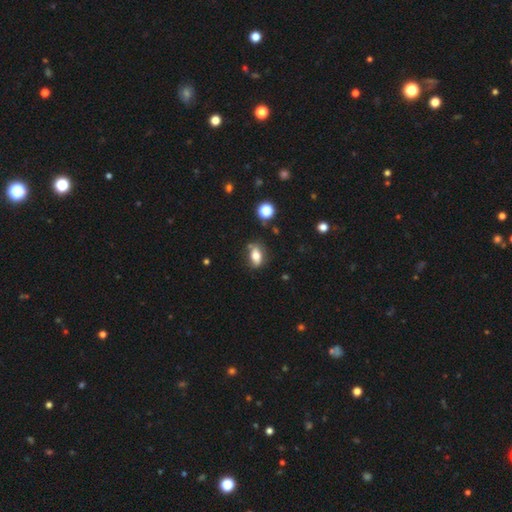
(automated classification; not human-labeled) This is likely a smooth galaxy (72%). How rounded: clearly in between (84%). Merging: likely none (63%).